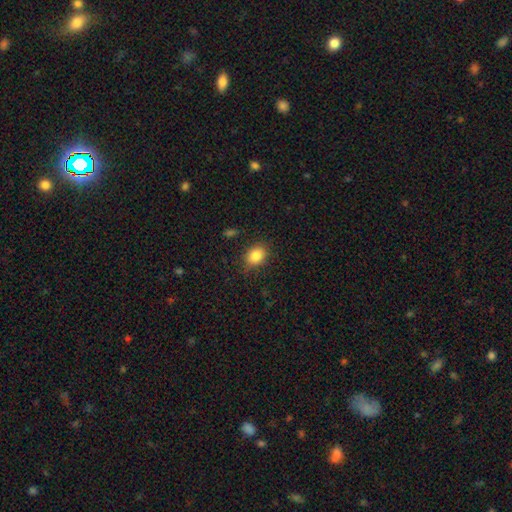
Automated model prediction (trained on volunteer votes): A smooth galaxy with no disk features (85%) that is in between round and cigar-shaped (61%). Merging: none (83%).